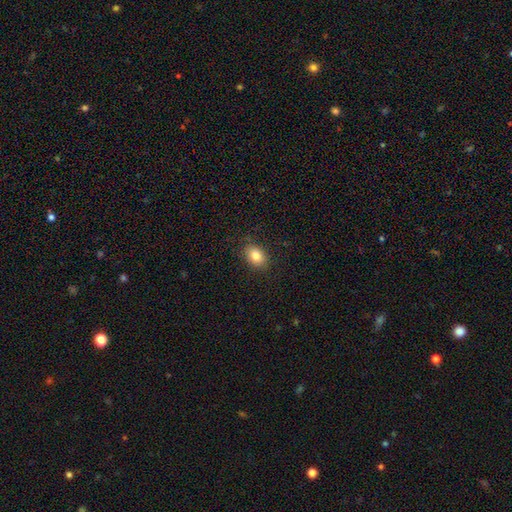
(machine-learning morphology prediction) type=smooth (83%); roundness=in between (76%); merging=none (87%).